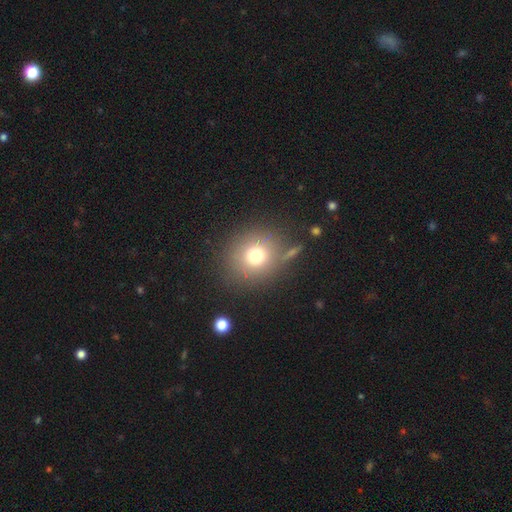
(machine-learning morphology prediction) type=smooth (74%); roundness=round (86%); merging=none (78%).